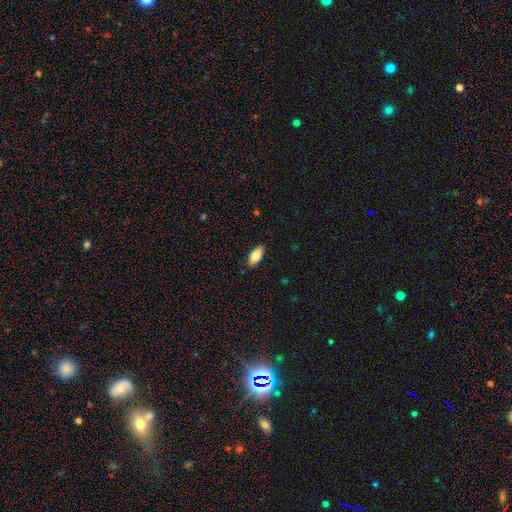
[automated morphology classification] Overall: smooth (84%). How rounded: in between (90%). Merging: none (87%).